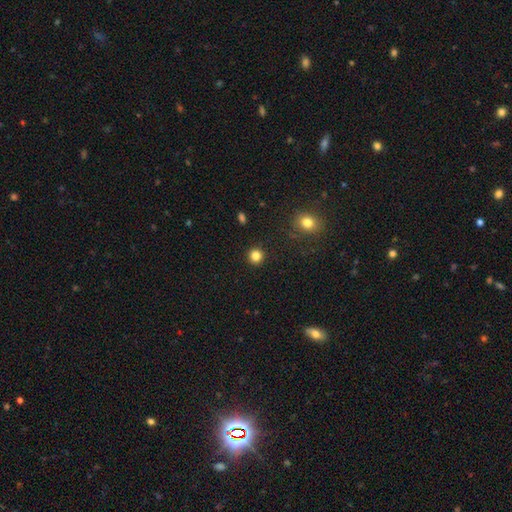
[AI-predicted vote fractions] The model was most divided on "smooth or featured": smooth: 83%, star or artifact: 13%, featured or disk: 4%. More confident: how rounded — round (94%); merging — none (92%).